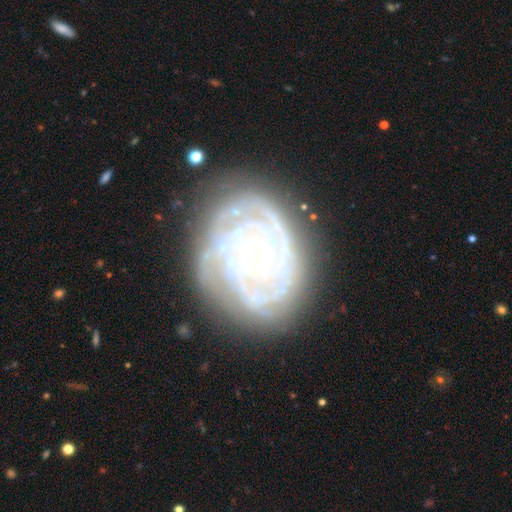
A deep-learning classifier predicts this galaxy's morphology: smooth_or_featured: featured or disk (p=0.84) [alt: smooth p=0.09]
disk_edge_on: no (p=0.97) [alt: yes p=0.03]
bar: no (p=0.83) [alt: weak p=0.13]
has_spiral_arms: yes (p=0.93) [alt: no p=0.07]
spiral_winding: tight (p=0.81) [alt: medium p=0.16]
spiral_arm_count: can't tell (p=0.30) [alt: 3 p=0.19]
bulge_size: small (p=0.87) [alt: moderate p=0.09]
merging: none (p=0.72) [alt: minor disturbance p=0.18]